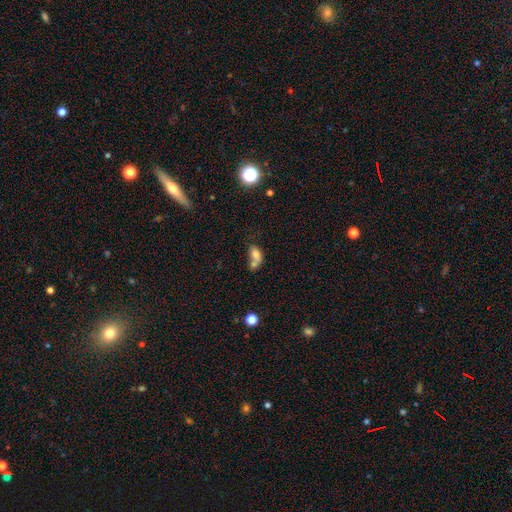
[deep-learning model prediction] Smooth or featured?
  - smooth: 70% *
  - featured or disk: 19%
  - star or artifact: 11%
How rounded?
  - in between: 77% *
  - round: 20%
  - cigar-shaped: 3%
Merging?
  - merger: 61% *
  - none: 19%
  - minor disturbance: 10%
  - major disturbance: 10%